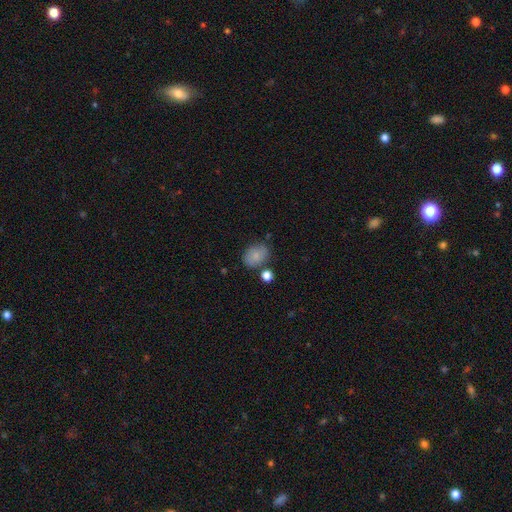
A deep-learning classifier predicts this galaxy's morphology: Smooth or featured? smooth (79%)
How rounded? in between (65%)
Merging? none (69%)